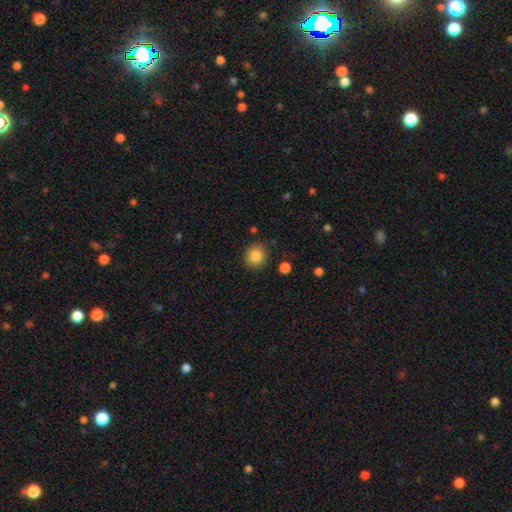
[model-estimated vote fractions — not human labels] Smooth or featured?
  - smooth: 84% *
  - star or artifact: 10%
  - featured or disk: 6%
How rounded?
  - round: 87% *
  - in between: 12%
  - cigar-shaped: 1%
Merging?
  - none: 89% *
  - minor disturbance: 7%
  - major disturbance: 2%
  - merger: 2%